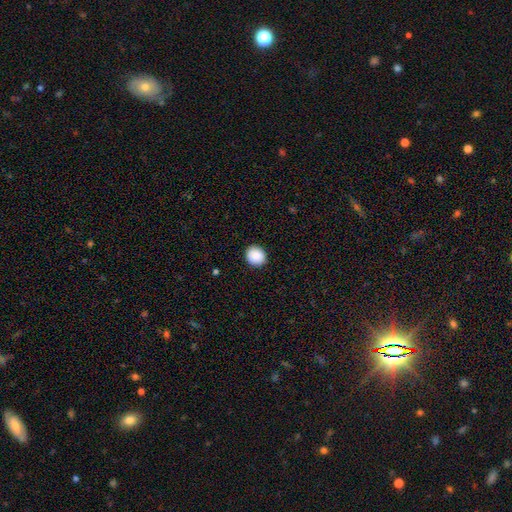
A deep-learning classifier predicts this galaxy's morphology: This appears to be a smooth galaxy with no disk features (89%) that is round (85%). Merging: none (91%).